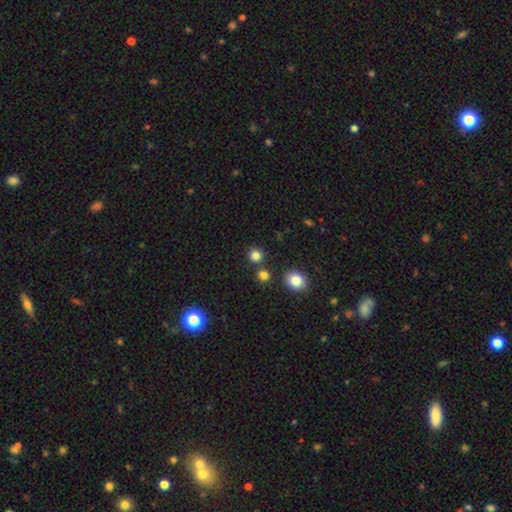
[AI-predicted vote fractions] Smooth or featured?
  - smooth: 82% *
  - star or artifact: 13%
  - featured or disk: 5%
How rounded?
  - round: 87% *
  - in between: 12%
  - cigar-shaped: 1%
Merging?
  - none: 81% *
  - merger: 9%
  - minor disturbance: 8%
  - major disturbance: 3%